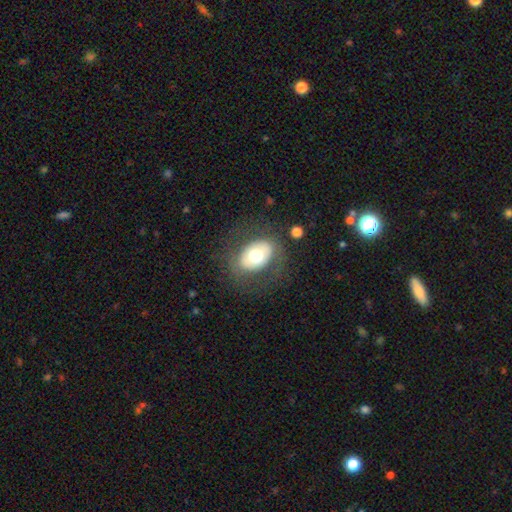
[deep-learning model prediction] Smooth or featured? Predicted: smooth (p=0.58). How rounded? Predicted: in between (p=0.74). Merging? Predicted: none (p=0.76).